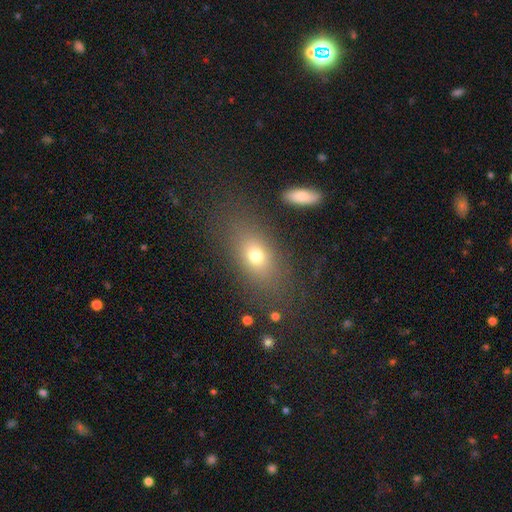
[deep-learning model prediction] Q: Smooth or featured?
A: smooth (71%); runner-up: featured or disk (15%)
Q: How rounded?
A: in between (73%); runner-up: round (19%)
Q: Merging?
A: none (76%); runner-up: minor disturbance (13%)